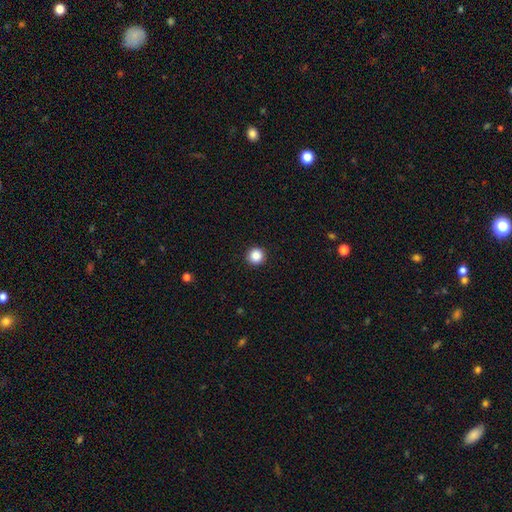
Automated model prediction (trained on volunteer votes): Smooth or featured?
  - smooth: 87% *
  - star or artifact: 10%
  - featured or disk: 3%
How rounded?
  - round: 96% *
  - in between: 3%
  - cigar-shaped: 1%
Merging?
  - none: 93% *
  - minor disturbance: 4%
  - major disturbance: 2%
  - merger: 1%